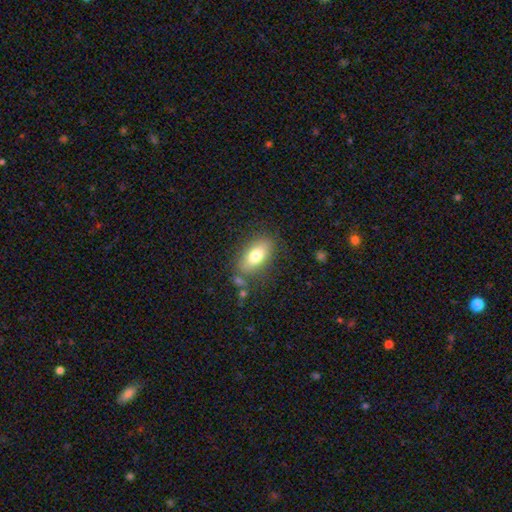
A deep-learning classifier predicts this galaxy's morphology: This is likely a smooth galaxy (75%). How rounded: clearly in between (87%). Merging: likely none (76%).